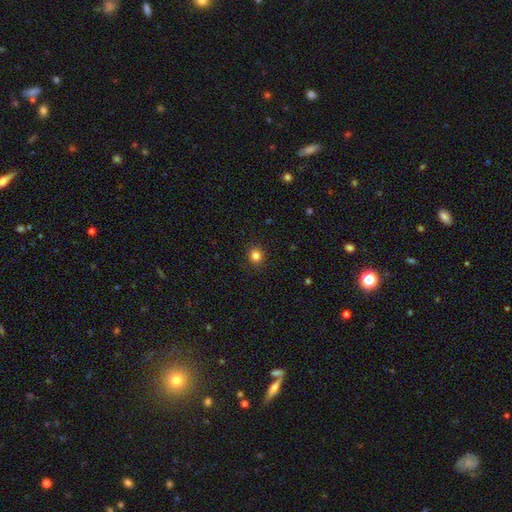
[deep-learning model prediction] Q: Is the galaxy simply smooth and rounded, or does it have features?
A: smooth — 83%.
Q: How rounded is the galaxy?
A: round — 83%.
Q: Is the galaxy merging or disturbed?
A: none — 90%.